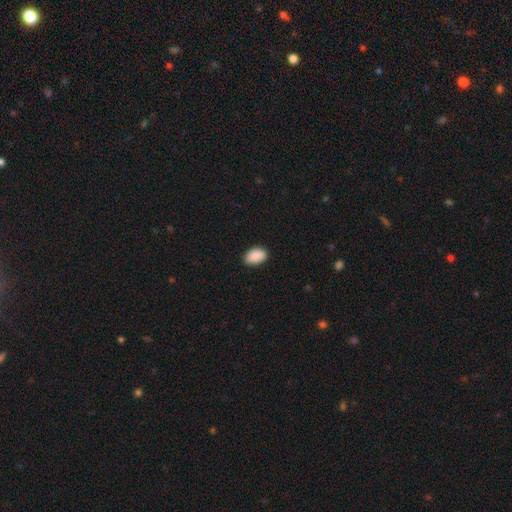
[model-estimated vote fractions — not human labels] smooth_or_featured: smooth (p=0.90) [alt: star or artifact p=0.07]
how_rounded: in between (p=0.88) [alt: round p=0.10]
merging: none (p=0.86) [alt: minor disturbance p=0.11]